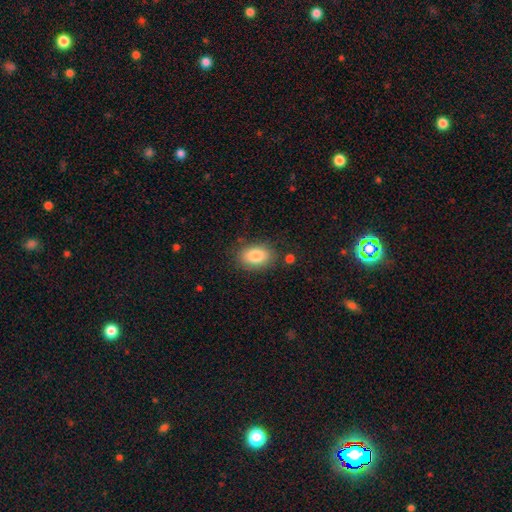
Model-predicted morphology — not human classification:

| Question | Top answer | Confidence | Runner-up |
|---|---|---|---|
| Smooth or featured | smooth | 84% | featured or disk (8%) |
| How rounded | in between | 86% | round (13%) |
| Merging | none | 81% | minor disturbance (13%) |